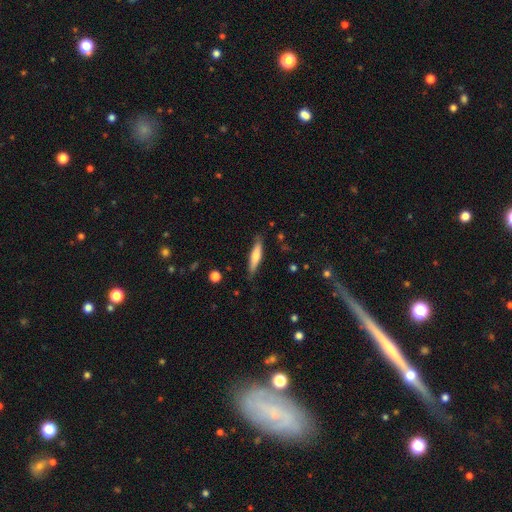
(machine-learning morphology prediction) Smooth or featured? Predicted: smooth (p=0.63). How rounded? Predicted: cigar-shaped (p=0.81). Merging? Predicted: none (p=0.83).